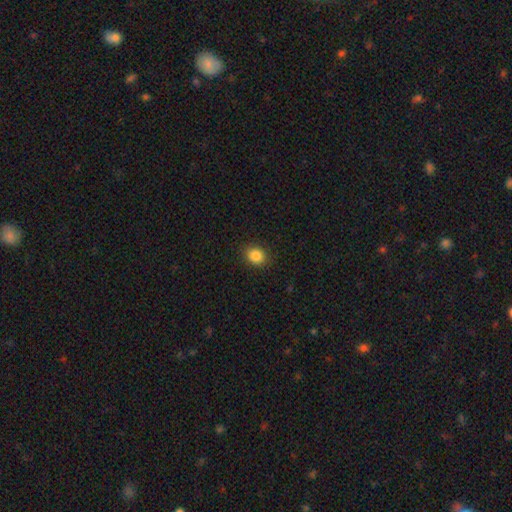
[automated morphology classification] Smooth or featured? Predicted: smooth (p=0.86). How rounded? Predicted: round (p=0.61). Merging? Predicted: none (p=0.89).